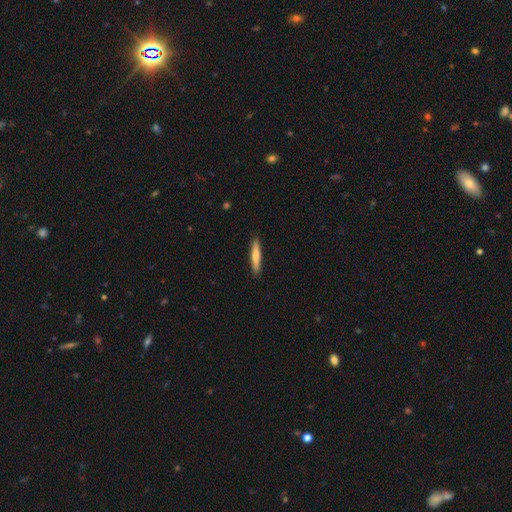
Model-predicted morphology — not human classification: Smooth or featured: smooth — 67% (featured or disk — 28%)
How rounded: cigar-shaped — 92% (in between — 7%)
Merging: none — 91% (minor disturbance — 7%)